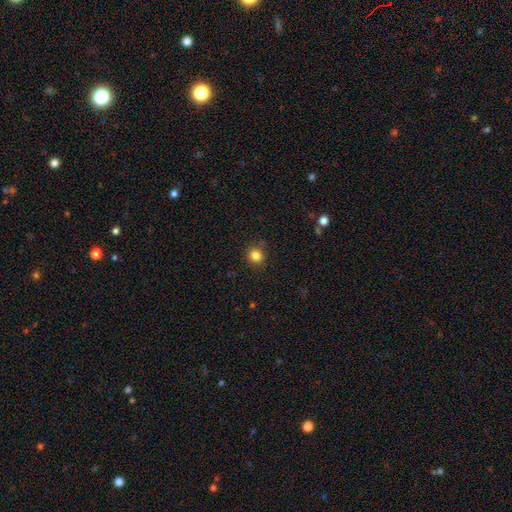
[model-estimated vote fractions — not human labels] Overall: smooth (83%). How rounded: round (89%). Merging: none (87%).